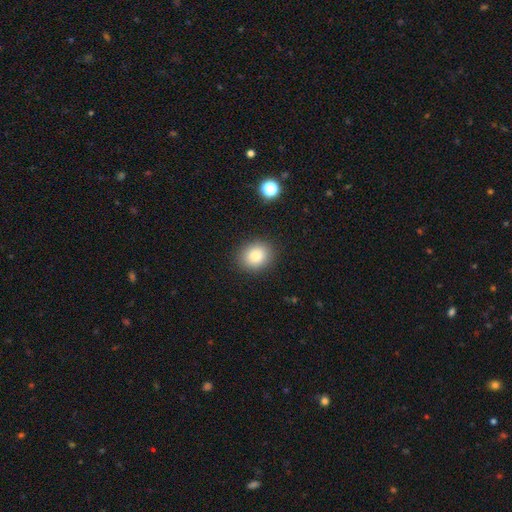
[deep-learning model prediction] The model was most divided on "how rounded": round: 67%, in between: 32%, cigar-shaped: 1%. More confident: merging — none (89%); smooth or featured — smooth (82%).